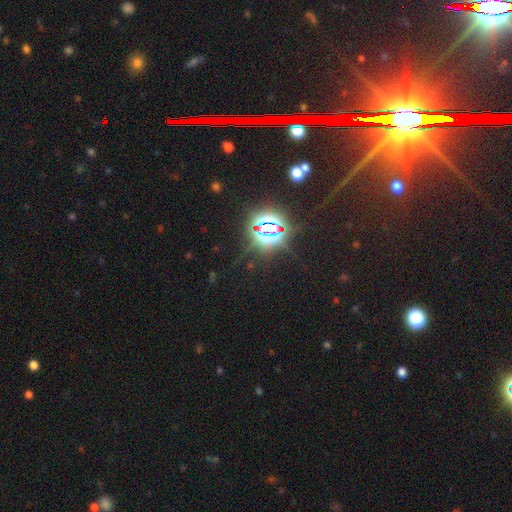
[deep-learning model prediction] This is likely a star or artifact rather than a galaxy (80%).